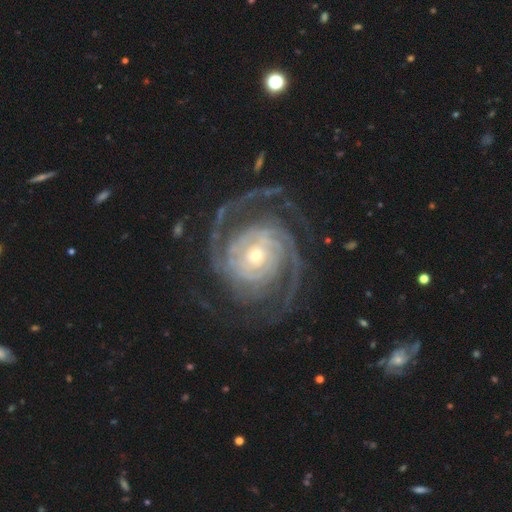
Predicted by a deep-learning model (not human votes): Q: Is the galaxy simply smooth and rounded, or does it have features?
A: featured or disk — 93%.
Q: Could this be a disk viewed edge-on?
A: no — 98%.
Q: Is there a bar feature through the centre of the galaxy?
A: no — 63%.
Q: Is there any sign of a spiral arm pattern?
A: yes — 98%.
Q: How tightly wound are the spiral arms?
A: tight — 67%.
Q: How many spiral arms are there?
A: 2 — 38%.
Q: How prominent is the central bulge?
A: small — 57%.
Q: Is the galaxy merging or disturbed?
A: none — 72%.